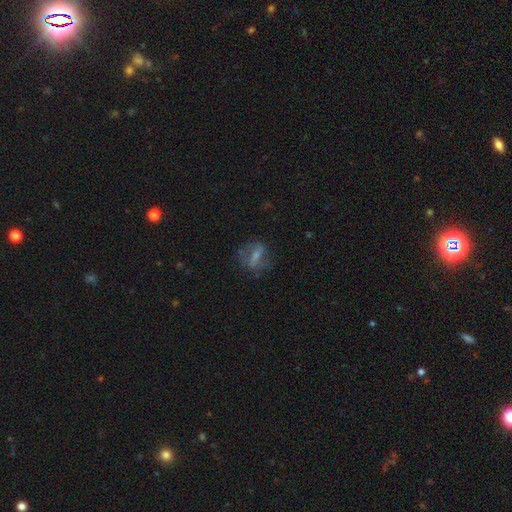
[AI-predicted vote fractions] A featured or disk galaxy (54%).

Vote fractions:
- Smooth or featured? featured or disk: 54% / smooth: 30% / star or artifact: 16%
- Edge-on disk? no: 86% / yes: 14%
- Merging? none: 72% / minor disturbance: 16% / major disturbance: 11% / merger: 2%